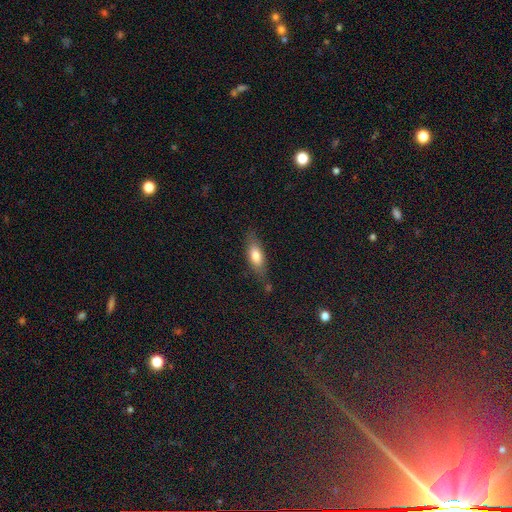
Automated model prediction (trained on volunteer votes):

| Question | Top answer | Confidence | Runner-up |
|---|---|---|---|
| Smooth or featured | smooth | 73% | featured or disk (19%) |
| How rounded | in between | 67% | cigar-shaped (30%) |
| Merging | none | 72% | minor disturbance (19%) |